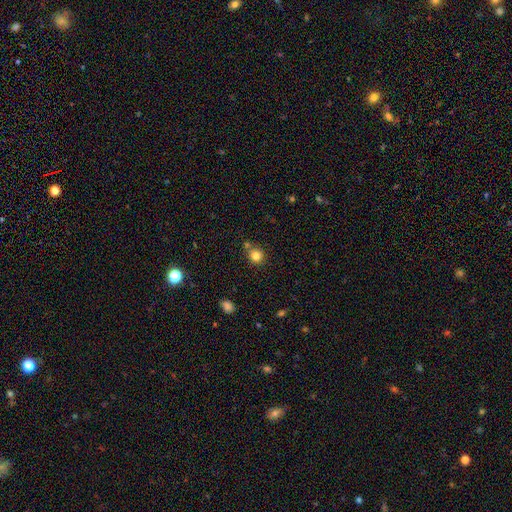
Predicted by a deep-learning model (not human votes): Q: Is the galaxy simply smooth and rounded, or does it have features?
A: smooth — 81%.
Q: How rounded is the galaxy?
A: round — 90%.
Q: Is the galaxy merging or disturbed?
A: none — 73%.